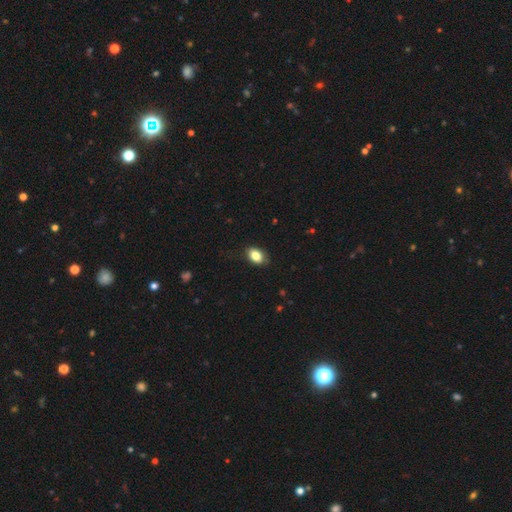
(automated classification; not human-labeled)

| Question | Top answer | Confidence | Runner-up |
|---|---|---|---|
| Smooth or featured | smooth | 84% | featured or disk (8%) |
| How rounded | in between | 85% | round (13%) |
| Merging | none | 81% | minor disturbance (15%) |